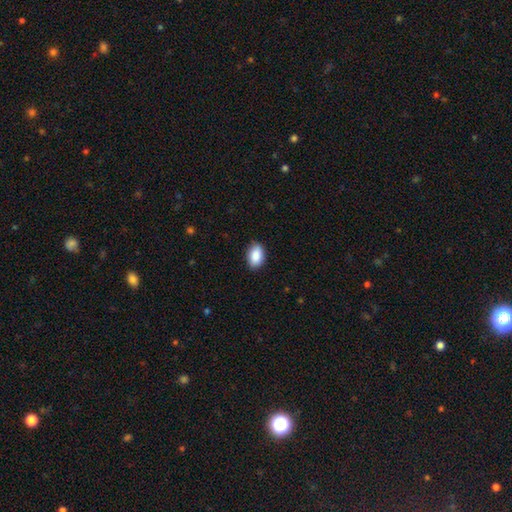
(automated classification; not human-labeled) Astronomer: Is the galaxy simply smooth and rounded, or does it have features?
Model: smooth — 88%.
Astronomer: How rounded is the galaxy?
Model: in between — 92%.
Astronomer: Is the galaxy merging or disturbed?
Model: none — 88%.